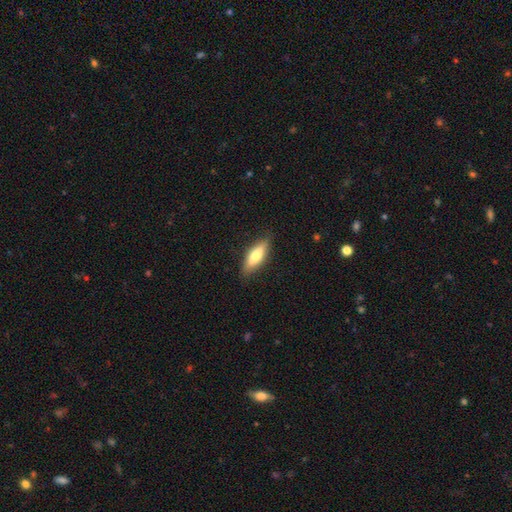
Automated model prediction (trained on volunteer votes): Q: Smooth or featured?
A: smooth (67%); runner-up: featured or disk (27%)
Q: How rounded?
A: in between (55%); runner-up: cigar-shaped (43%)
Q: Merging?
A: none (85%); runner-up: minor disturbance (12%)